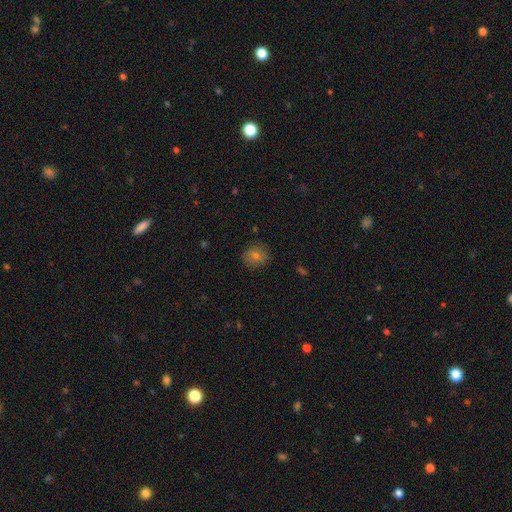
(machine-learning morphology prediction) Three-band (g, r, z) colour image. It shows a smooth galaxy with no disk features (69%) that is round (83%). Merging: none (85%).